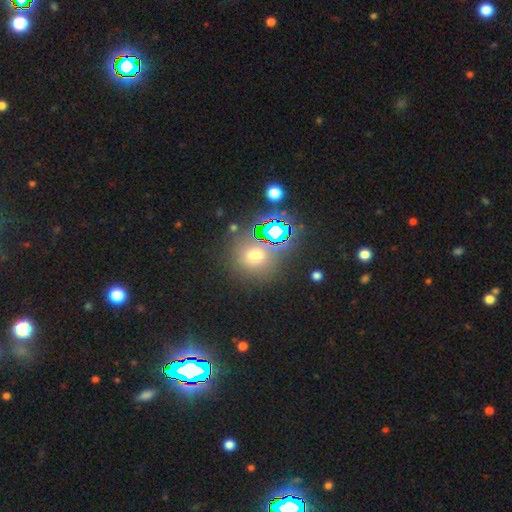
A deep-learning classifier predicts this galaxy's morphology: smooth 56%, star or artifact 34%, featured or disk 9%. Down the decision tree: how rounded — round (85%); merging — none (77%).